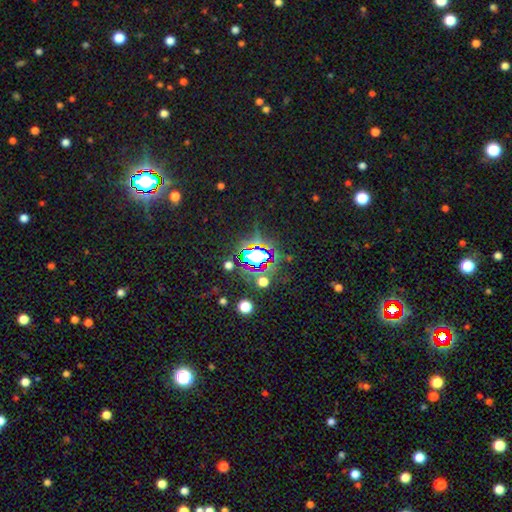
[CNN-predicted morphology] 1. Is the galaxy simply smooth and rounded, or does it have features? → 69% star or artifact, 19% smooth, 11% featured or disk.